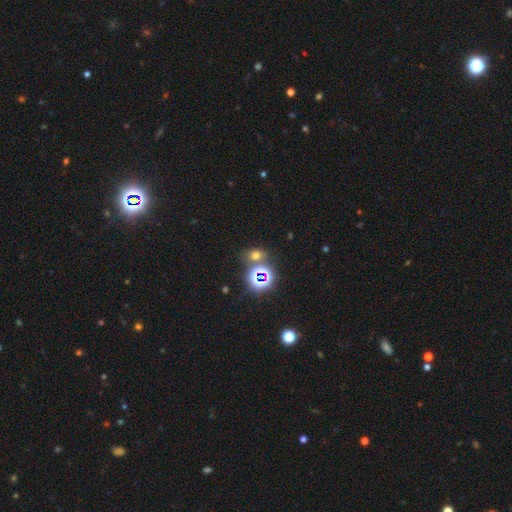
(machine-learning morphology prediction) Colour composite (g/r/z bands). It shows a smooth galaxy with no disk features (51%) that is in between round and cigar-shaped (52%). Merging: none (68%).